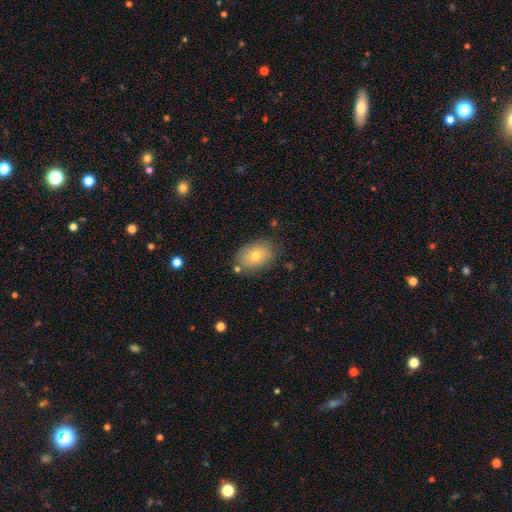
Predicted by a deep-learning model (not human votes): Smooth or featured?
  - smooth: 71% *
  - featured or disk: 19%
  - star or artifact: 10%
How rounded?
  - in between: 83% *
  - round: 16%
  - cigar-shaped: 1%
Merging?
  - none: 79% *
  - minor disturbance: 15%
  - major disturbance: 3%
  - merger: 3%